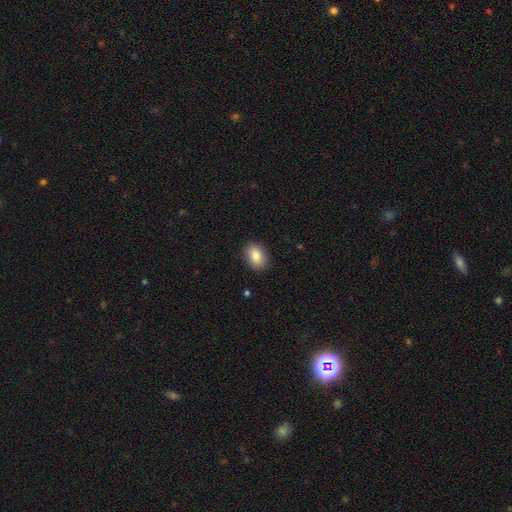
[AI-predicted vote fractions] The model was most divided on "how rounded": in between: 77%, round: 22%, cigar-shaped: 1%. More confident: merging — none (89%); smooth or featured — smooth (87%).